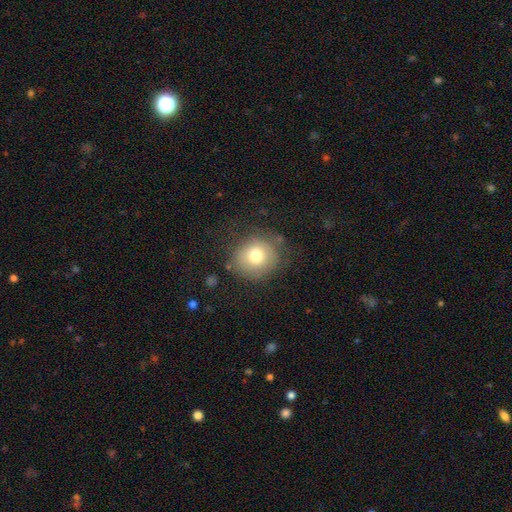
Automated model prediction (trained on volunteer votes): A smooth galaxy with no disk features (75%) that is round (87%). Merging: none (74%).